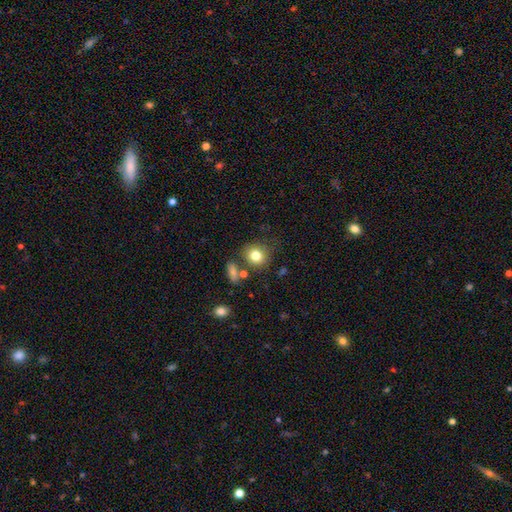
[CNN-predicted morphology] Overall: smooth (80%). How rounded: round (83%). Merging: none (75%).